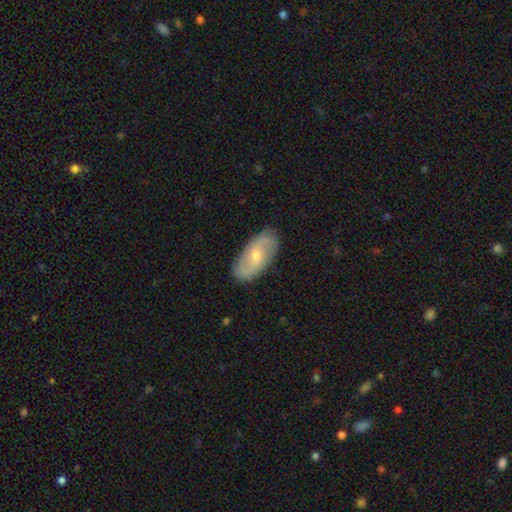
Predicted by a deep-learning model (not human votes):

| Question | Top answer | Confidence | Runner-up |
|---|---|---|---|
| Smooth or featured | featured or disk | 58% | smooth (36%) |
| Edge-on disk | no | 91% | yes (9%) |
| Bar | no | 54% | weak (37%) |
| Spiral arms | yes | 78% | no (22%) |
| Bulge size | small | 52% | moderate (44%) |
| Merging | none | 85% | minor disturbance (12%) |